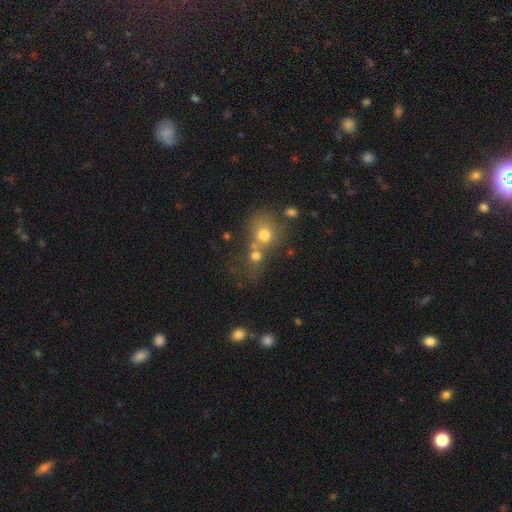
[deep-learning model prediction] smooth 67%, star or artifact 17%, featured or disk 16%. Down the decision tree: how rounded — round (78%); merging — merger (50%).